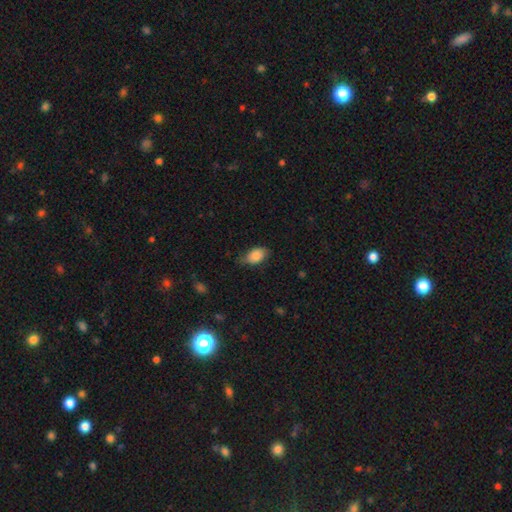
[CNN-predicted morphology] This is clearly a smooth galaxy (84%). How rounded: clearly in between (90%). Merging: possibly none (58%).